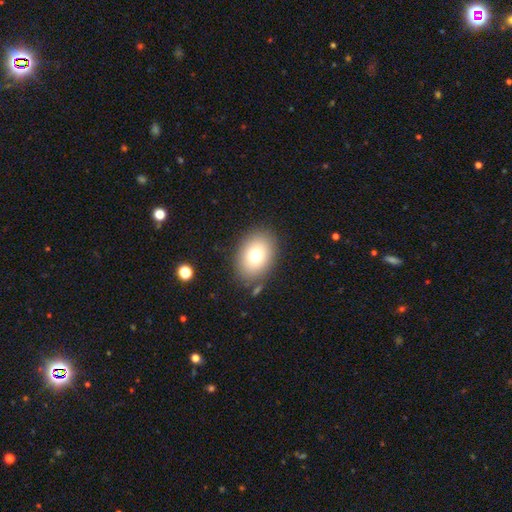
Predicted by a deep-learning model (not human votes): Smooth or featured? Predicted: smooth (p=0.76). How rounded? Predicted: in between (p=0.73). Merging? Predicted: none (p=0.84).